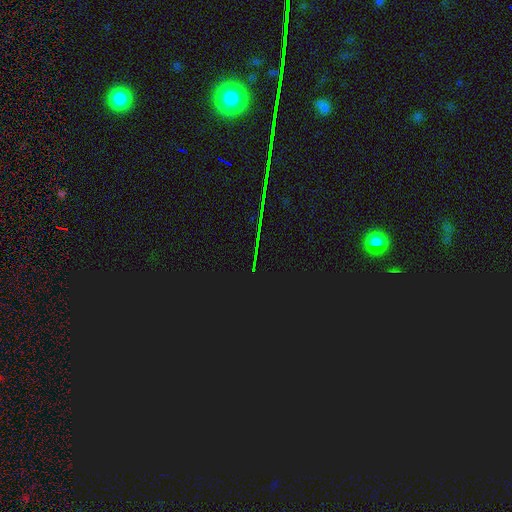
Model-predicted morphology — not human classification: Smooth or featured? star or artifact (87%)